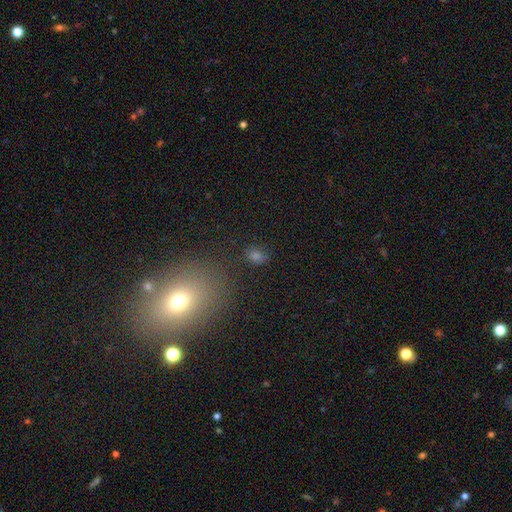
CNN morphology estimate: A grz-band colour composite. It shows a smooth galaxy with no disk features (65%) that is in between round and cigar-shaped (55%). Merging: none (75%).